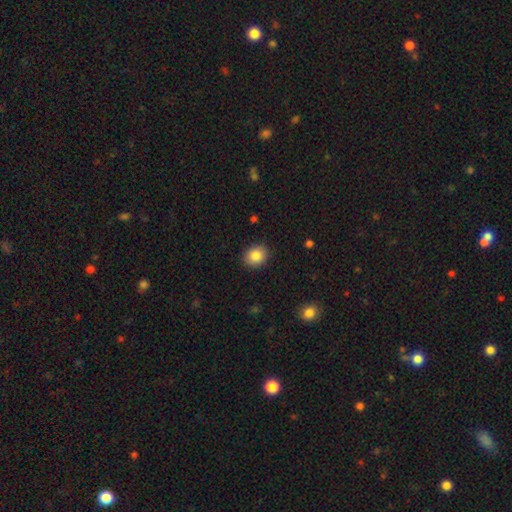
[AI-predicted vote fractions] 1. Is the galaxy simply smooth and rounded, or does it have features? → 85% smooth, 9% star or artifact, 6% featured or disk.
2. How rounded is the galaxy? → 59% round, 40% in between, 1% cigar-shaped.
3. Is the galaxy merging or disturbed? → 89% none, 7% minor disturbance, 2% major disturbance, 1% merger.